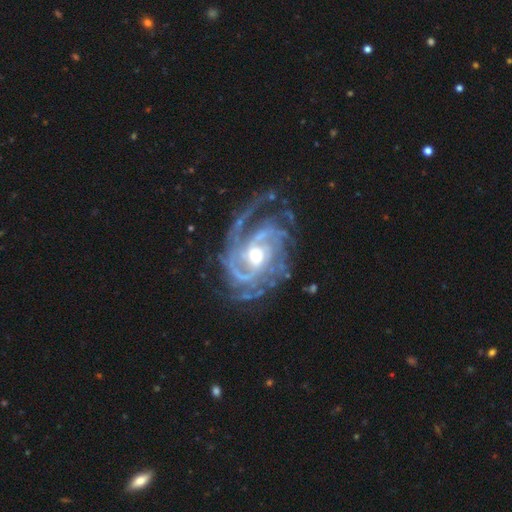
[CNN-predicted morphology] Smooth or featured? featured or disk (92%)
Edge-on disk? no (97%)
Bar? no (52%)
Spiral arms? yes (98%)
Spiral winding? tight (49%)
Spiral arm count? 2 (26%)
Bulge size? moderate (52%)
Merging? none (60%)